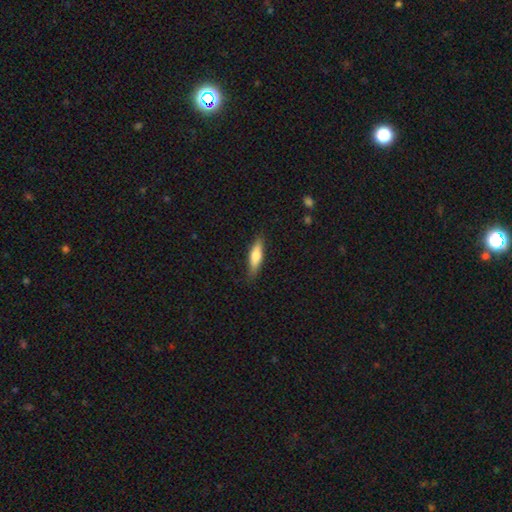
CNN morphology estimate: Q: Smooth or featured?
A: smooth (67%); runner-up: featured or disk (27%)
Q: How rounded?
A: cigar-shaped (65%); runner-up: in between (34%)
Q: Merging?
A: none (84%); runner-up: minor disturbance (13%)